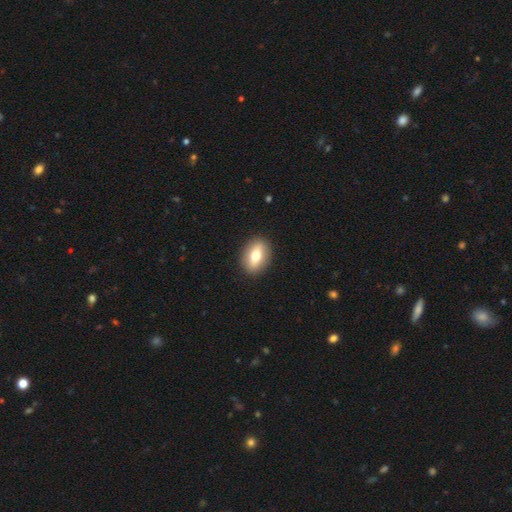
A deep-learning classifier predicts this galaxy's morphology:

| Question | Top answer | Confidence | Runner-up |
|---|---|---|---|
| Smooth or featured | smooth | 64% | featured or disk (28%) |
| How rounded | in between | 75% | round (21%) |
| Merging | none | 90% | minor disturbance (7%) |